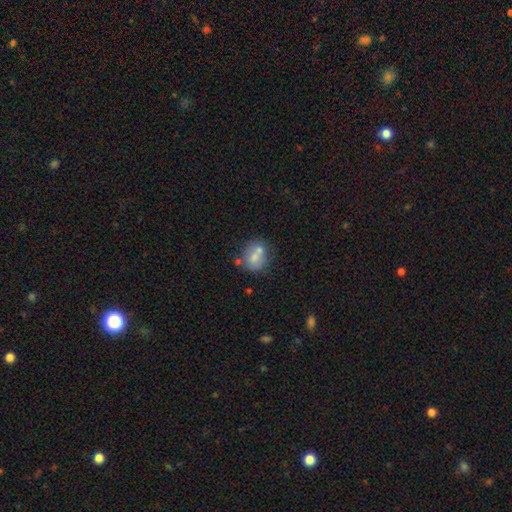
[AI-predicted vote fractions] Smooth or featured: smooth — 67% (featured or disk — 24%)
How rounded: round — 61% (in between — 37%)
Merging: none — 47% (merger — 31%)